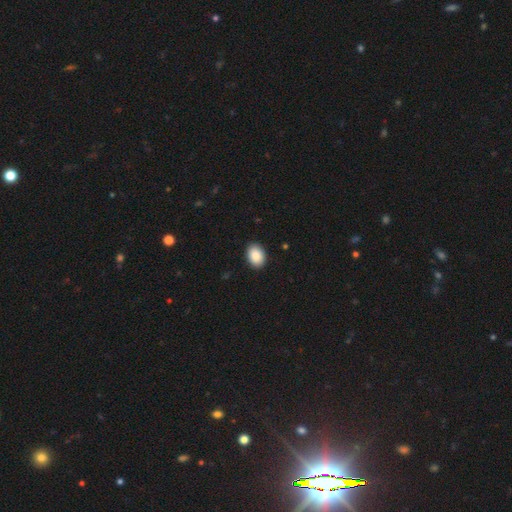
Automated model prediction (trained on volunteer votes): Overall: smooth (90%). How rounded: in between (79%). Merging: none (90%).